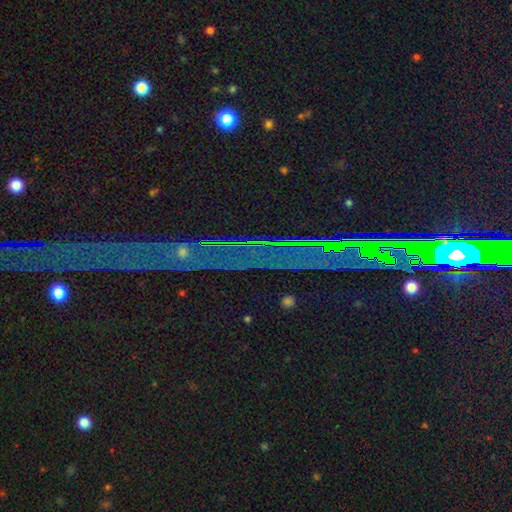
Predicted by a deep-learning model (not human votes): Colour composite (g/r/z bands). It shows a star or artifact, not a galaxy (78%).